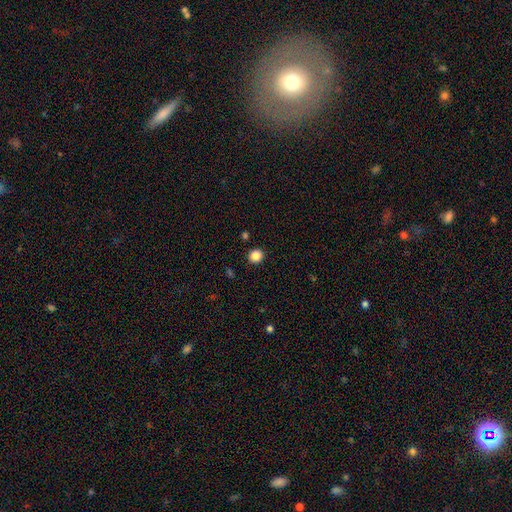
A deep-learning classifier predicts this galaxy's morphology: Smooth or featured?
  - smooth: 86% *
  - star or artifact: 11%
  - featured or disk: 3%
How rounded?
  - round: 87% *
  - in between: 12%
  - cigar-shaped: 1%
Merging?
  - none: 92% *
  - minor disturbance: 5%
  - major disturbance: 2%
  - merger: 1%